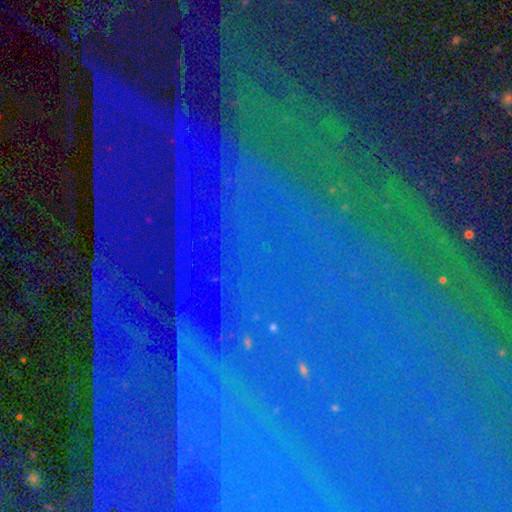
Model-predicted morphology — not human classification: A star or artifact, not a galaxy (86%).

Vote fractions:
- Smooth or featured? star or artifact: 86% / featured or disk: 8% / smooth: 6%